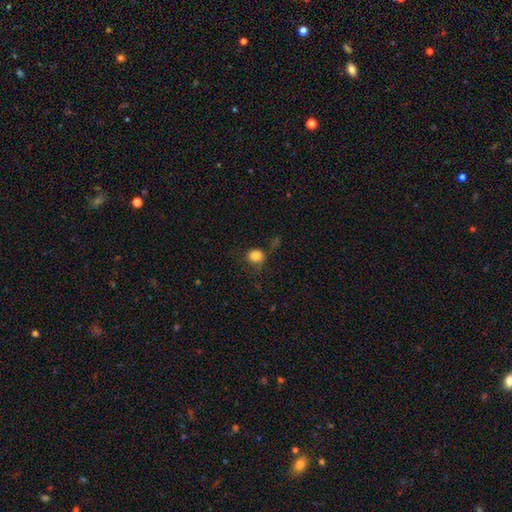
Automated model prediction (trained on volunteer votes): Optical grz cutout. It shows a smooth galaxy with no disk features (83%) that is round (81%). Merging: none (70%).